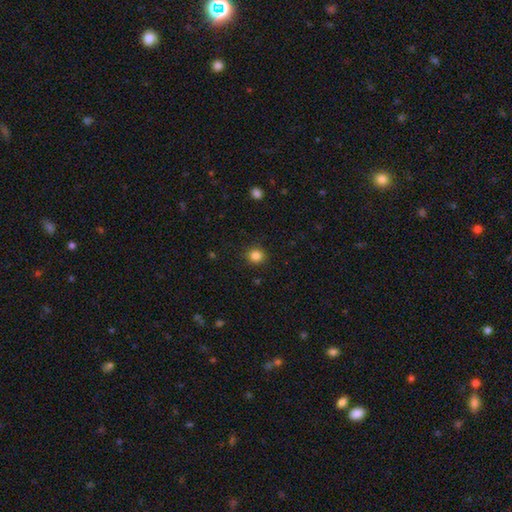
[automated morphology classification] A smooth galaxy with no disk features (85%) that is round (90%). Merging: none (91%).